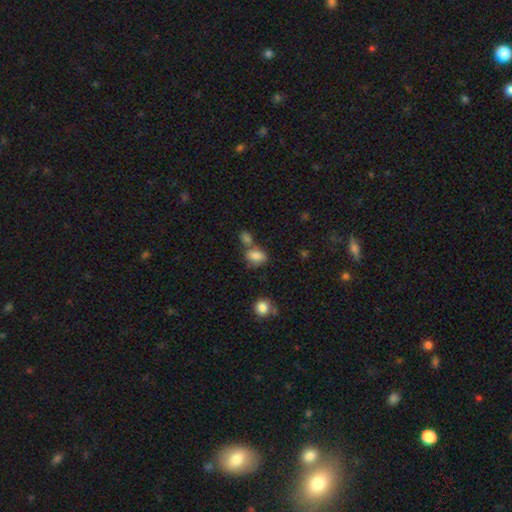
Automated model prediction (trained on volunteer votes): A smooth galaxy with no disk features (80%) that is in between round and cigar-shaped (83%).

Vote fractions:
- Smooth or featured? smooth: 80% / star or artifact: 10% / featured or disk: 10%
- How rounded? in between: 83% / round: 14% / cigar-shaped: 3%
- Merging? none: 41% / merger: 37% / minor disturbance: 15% / major disturbance: 7%